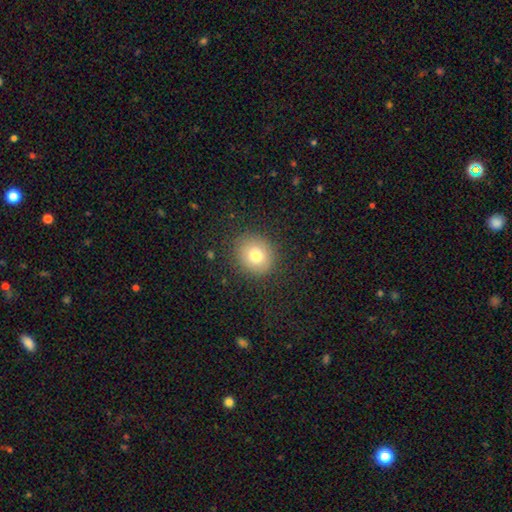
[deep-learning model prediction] Smooth or featured? Predicted: smooth (p=0.77). How rounded? Predicted: round (p=0.80). Merging? Predicted: none (p=0.87).